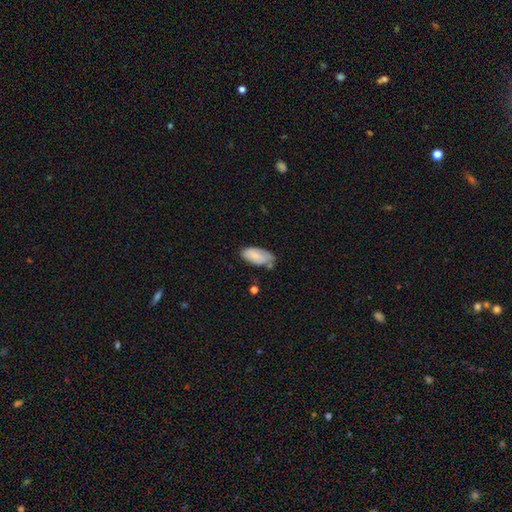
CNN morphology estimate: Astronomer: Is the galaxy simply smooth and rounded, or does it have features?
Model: smooth — 77%.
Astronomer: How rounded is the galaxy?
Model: in between — 92%.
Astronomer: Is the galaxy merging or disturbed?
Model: none — 54% (runner-up: minor disturbance, 31%).